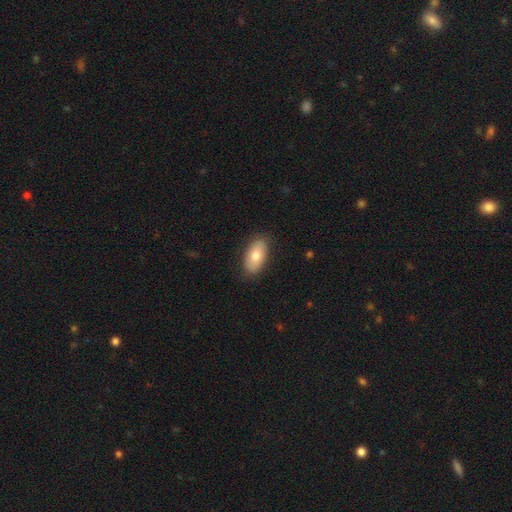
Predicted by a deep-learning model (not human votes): This appears to be a smooth galaxy with no disk features (76%) that is in between round and cigar-shaped (94%). Merging: none (85%).